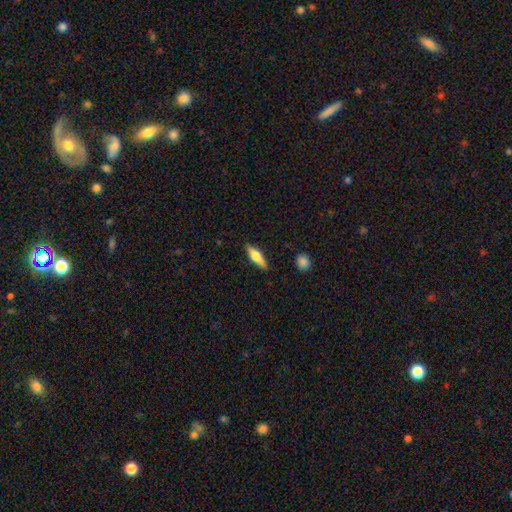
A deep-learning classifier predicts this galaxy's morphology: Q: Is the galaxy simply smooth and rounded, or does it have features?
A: smooth — 53%.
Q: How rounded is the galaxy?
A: cigar-shaped — 52%.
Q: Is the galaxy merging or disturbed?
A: none — 87%.